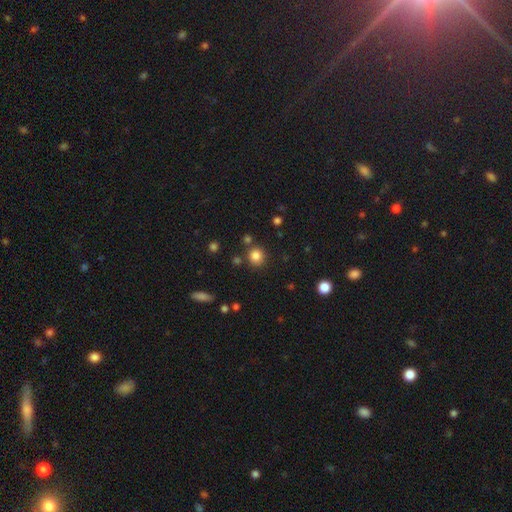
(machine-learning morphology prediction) This appears to be a smooth galaxy with no disk features (83%) that is round (89%). Merging: none (82%).